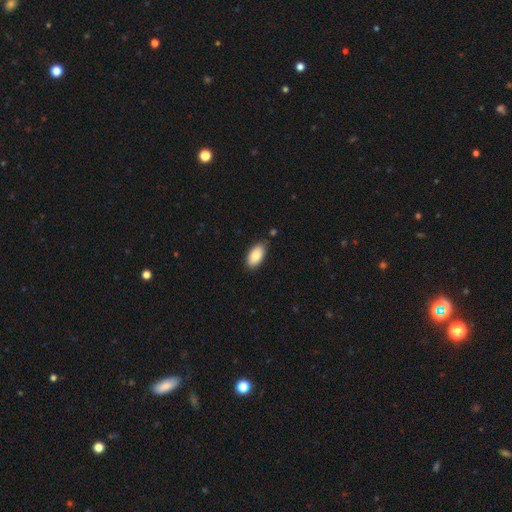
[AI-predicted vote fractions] Overall: smooth (86%). How rounded: in between (94%). Merging: none (81%).